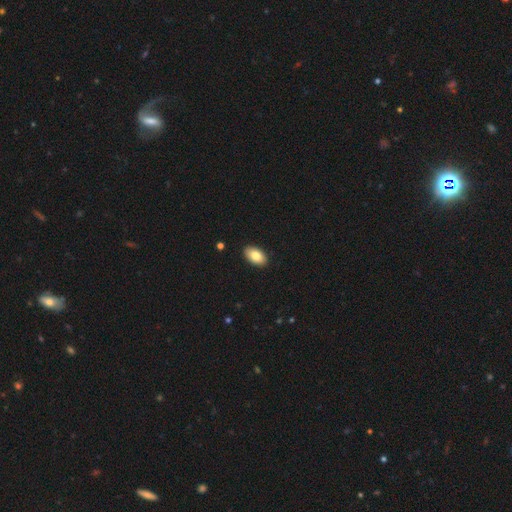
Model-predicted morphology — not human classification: Smooth or featured? smooth (82%)
How rounded? in between (94%)
Merging? none (90%)